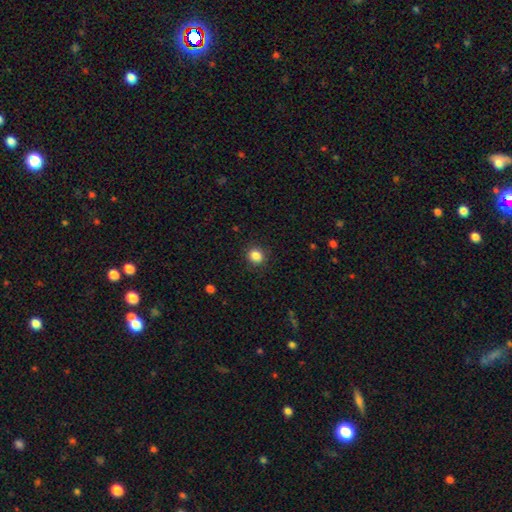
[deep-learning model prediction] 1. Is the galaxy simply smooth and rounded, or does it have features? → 86% smooth, 10% star or artifact, 4% featured or disk.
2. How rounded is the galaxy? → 83% round, 16% in between, 1% cigar-shaped.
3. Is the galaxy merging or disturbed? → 90% none, 7% minor disturbance, 2% major disturbance, 1% merger.